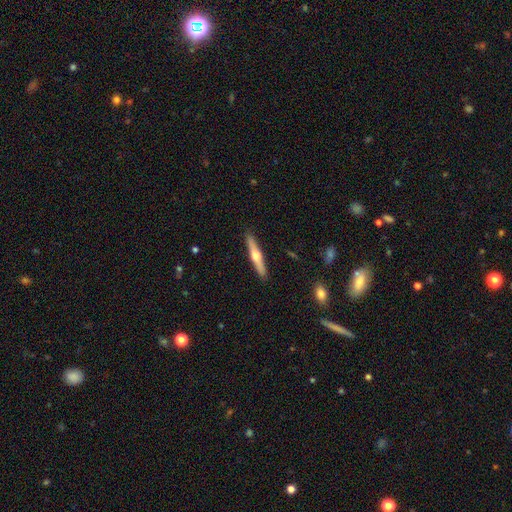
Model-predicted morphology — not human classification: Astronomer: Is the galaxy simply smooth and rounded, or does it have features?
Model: featured or disk — 61%.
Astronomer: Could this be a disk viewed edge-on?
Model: yes — 97%.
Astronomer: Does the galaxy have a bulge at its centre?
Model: rounded — 93%.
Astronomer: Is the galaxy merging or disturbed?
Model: none — 91%.